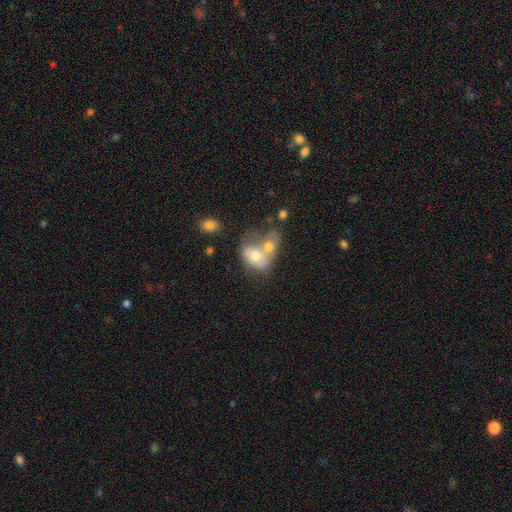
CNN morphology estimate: smooth-or-featured: smooth: 62% | featured or disk: 30% | star or artifact: 9%
  how-rounded: in between: 68% | round: 31% | cigar-shaped: 2%
  merging: merger: 73% | none: 13% | minor disturbance: 8% | major disturbance: 6%